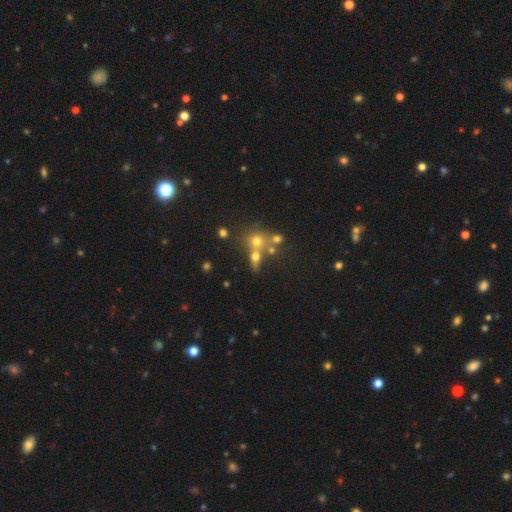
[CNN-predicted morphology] This appears to be a smooth galaxy with no disk features (53%) that is round (73%). Merging: merger (43%).